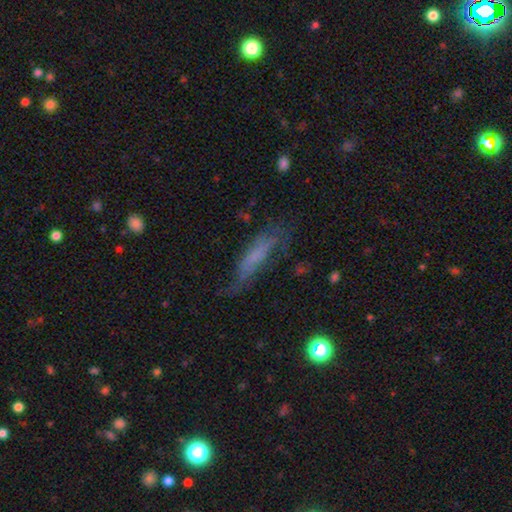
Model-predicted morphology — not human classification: Smooth or featured? smooth (48%)
Merging? none (50%)